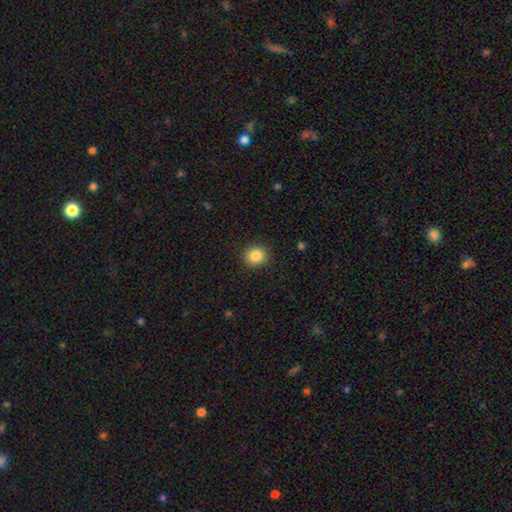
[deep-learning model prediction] The model was most divided on "smooth or featured": smooth: 85%, star or artifact: 10%, featured or disk: 5%. More confident: merging — none (91%); how rounded — round (90%).